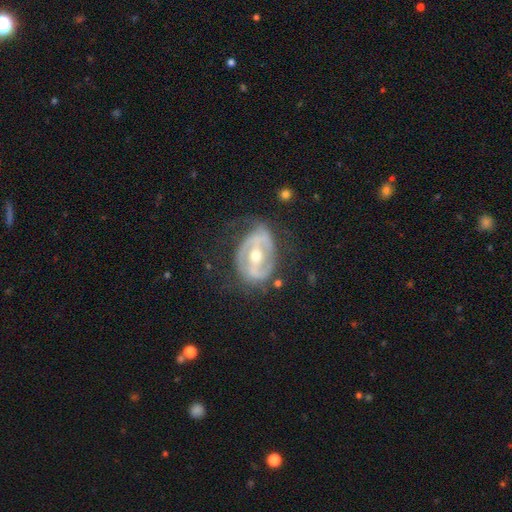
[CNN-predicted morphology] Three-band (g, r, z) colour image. It shows a featured or disk galaxy (84%) with a strong bar (54%), 2 (69%) medium (41%) spiral arms (77%) and a moderate central bulge (62%). Merging: none (57%).